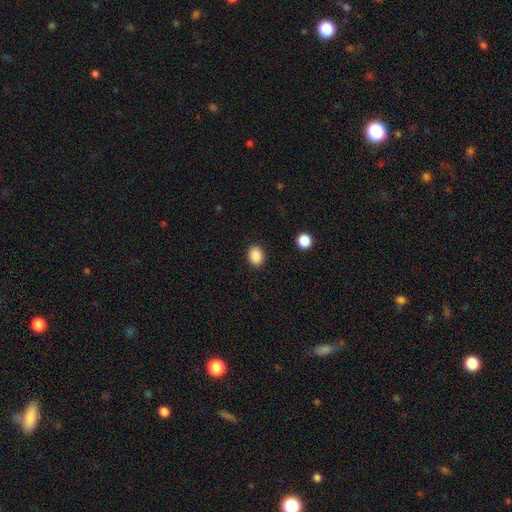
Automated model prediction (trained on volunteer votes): smooth_or_featured: smooth (p=0.89) [alt: star or artifact p=0.09]
how_rounded: in between (p=0.59) [alt: round p=0.40]
merging: none (p=0.89) [alt: minor disturbance p=0.07]